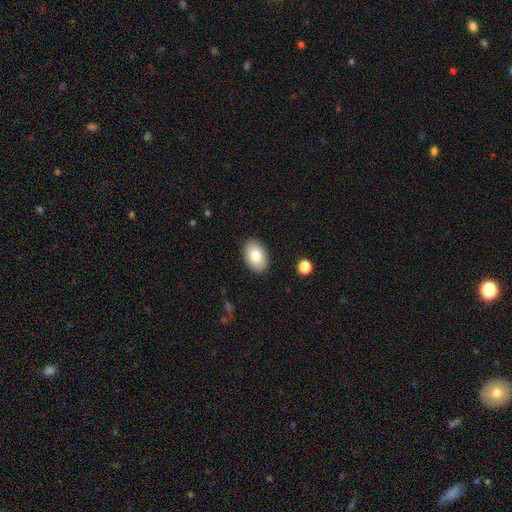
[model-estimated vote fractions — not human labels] smooth_or_featured: smooth (p=0.80) [alt: featured or disk p=0.13]
how_rounded: in between (p=0.89) [alt: round p=0.10]
merging: none (p=0.88) [alt: minor disturbance p=0.08]